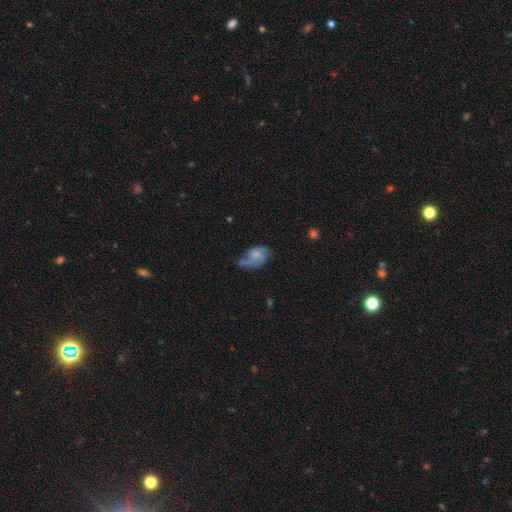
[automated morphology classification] This appears to be a featured or disk galaxy (46%). Merging: none (34%).